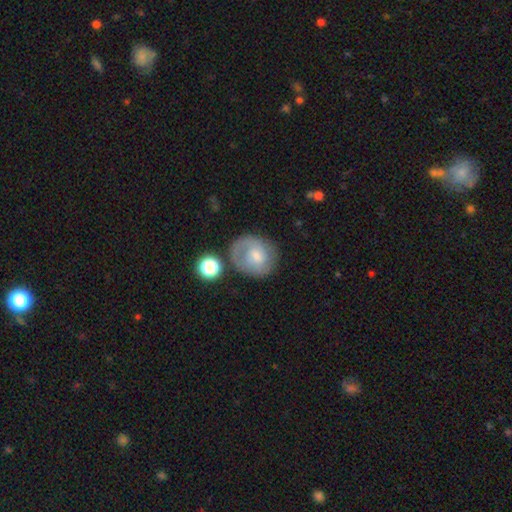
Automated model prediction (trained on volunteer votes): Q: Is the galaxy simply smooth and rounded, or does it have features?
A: featured or disk — 50%.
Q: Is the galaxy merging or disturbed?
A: none — 61%.